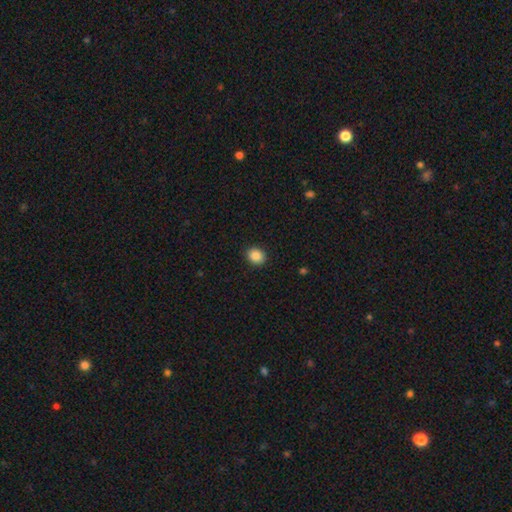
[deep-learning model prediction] Smooth or featured: smooth — 88% (star or artifact — 9%)
How rounded: round — 60% (in between — 39%)
Merging: none — 91% (minor disturbance — 6%)